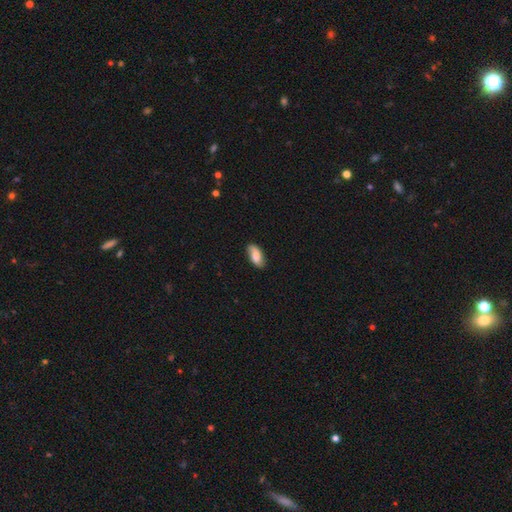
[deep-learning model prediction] Q: Smooth or featured?
A: smooth (63%); runner-up: featured or disk (29%)
Q: How rounded?
A: in between (90%); runner-up: cigar-shaped (6%)
Q: Merging?
A: none (74%); runner-up: minor disturbance (20%)